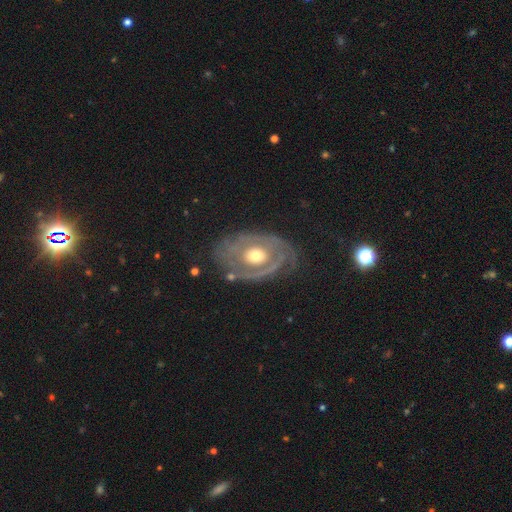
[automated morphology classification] smooth_or_featured: featured or disk (p=0.81) [alt: smooth p=0.14]
disk_edge_on: no (p=0.95) [alt: yes p=0.05]
bar: no (p=0.81) [alt: weak p=0.14]
has_spiral_arms: yes (p=0.74) [alt: no p=0.26]
spiral_winding: tight (p=0.64) [alt: medium p=0.25]
spiral_arm_count: 2 (p=0.35) [alt: can't tell p=0.30]
bulge_size: moderate (p=0.72) [alt: large p=0.14]
merging: none (p=0.69) [alt: minor disturbance p=0.19]